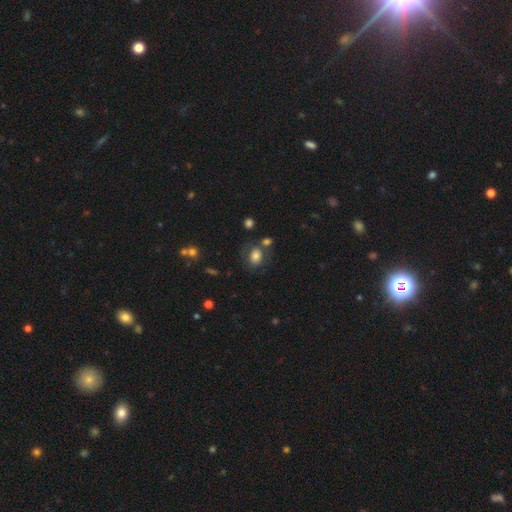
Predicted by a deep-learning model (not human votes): This appears to be a smooth galaxy with no disk features (75%) that is in between round and cigar-shaped (55%). Merging: none (59%).